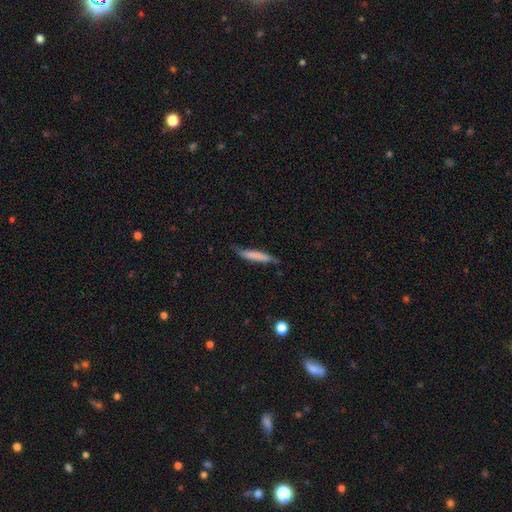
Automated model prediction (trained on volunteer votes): Smooth or featured: smooth — 72% (featured or disk — 22%)
How rounded: cigar-shaped — 90% (in between — 8%)
Merging: none — 67% (minor disturbance — 25%)